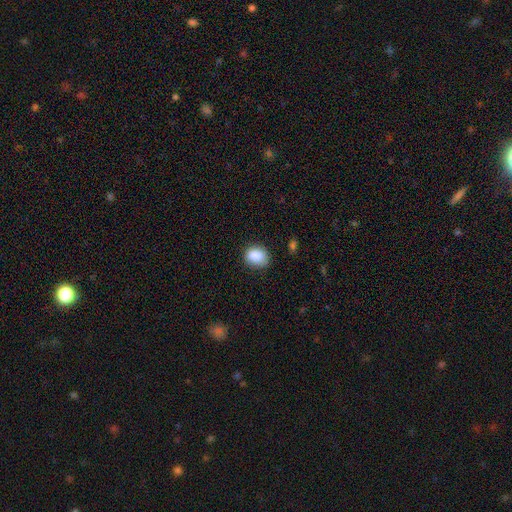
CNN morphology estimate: Smooth or featured?
  - smooth: 86% *
  - star or artifact: 8%
  - featured or disk: 5%
How rounded?
  - round: 66% *
  - in between: 33%
  - cigar-shaped: 1%
Merging?
  - none: 79% *
  - minor disturbance: 17%
  - major disturbance: 3%
  - merger: 1%